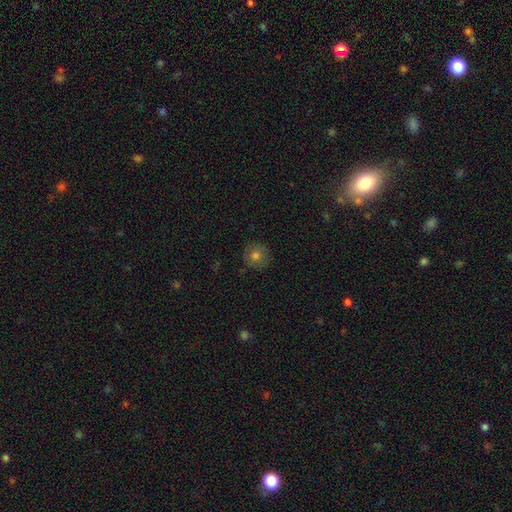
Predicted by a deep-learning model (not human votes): Overall: smooth (75%). How rounded: round (93%). Merging: none (87%).